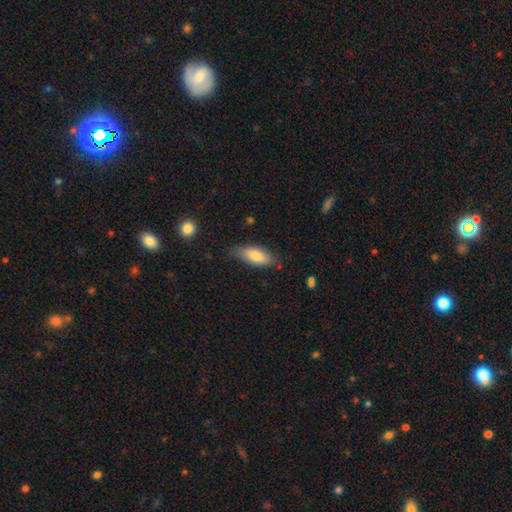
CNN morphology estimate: Smooth or featured?
  - smooth: 79% *
  - featured or disk: 14%
  - star or artifact: 6%
How rounded?
  - in between: 77% *
  - cigar-shaped: 21%
  - round: 2%
Merging?
  - none: 76% *
  - minor disturbance: 19%
  - major disturbance: 4%
  - merger: 2%